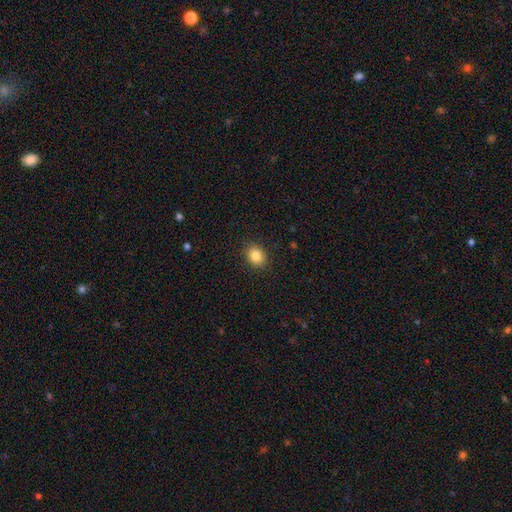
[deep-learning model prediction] Morphology: type=smooth (85%); roundness=in between (60%); merging=none (89%).